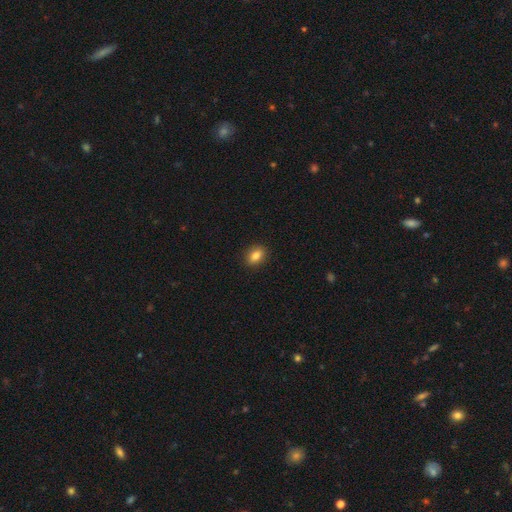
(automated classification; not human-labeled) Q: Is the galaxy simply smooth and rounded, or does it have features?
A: smooth — 84%.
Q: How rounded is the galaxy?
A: in between — 69%.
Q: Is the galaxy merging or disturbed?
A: none — 90%.